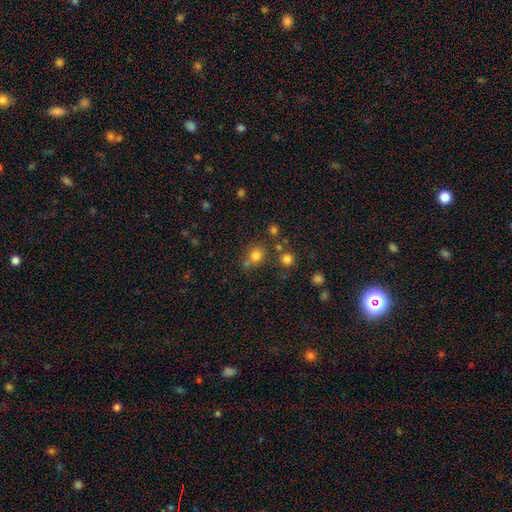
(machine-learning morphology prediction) Smooth or featured? Predicted: smooth (p=0.77). How rounded? Predicted: round (p=0.75). Merging? Predicted: none (p=0.63).